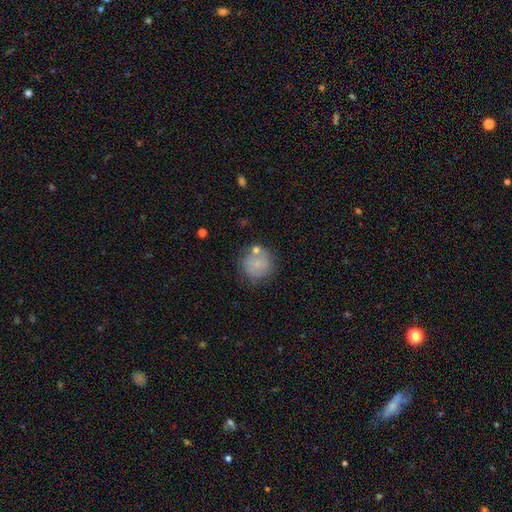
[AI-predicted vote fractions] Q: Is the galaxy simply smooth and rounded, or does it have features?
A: smooth — 64%.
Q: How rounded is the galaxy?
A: round — 91%.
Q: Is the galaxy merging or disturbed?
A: none — 64%.